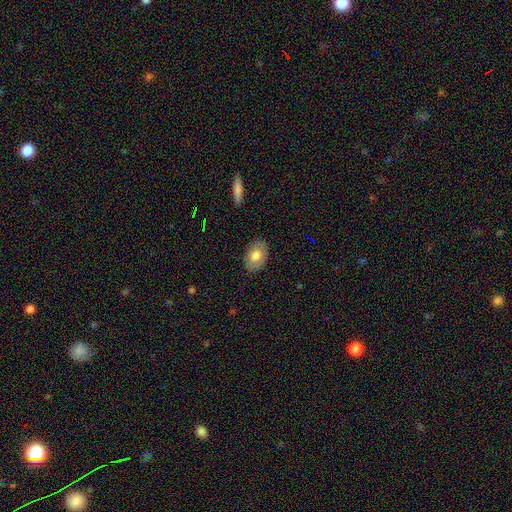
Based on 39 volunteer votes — Smooth or featured: smooth — 69% (featured or disk — 21%)
How rounded: in between — 78% (round — 19%)
Merging: none — 89% (minor disturbance — 9%)